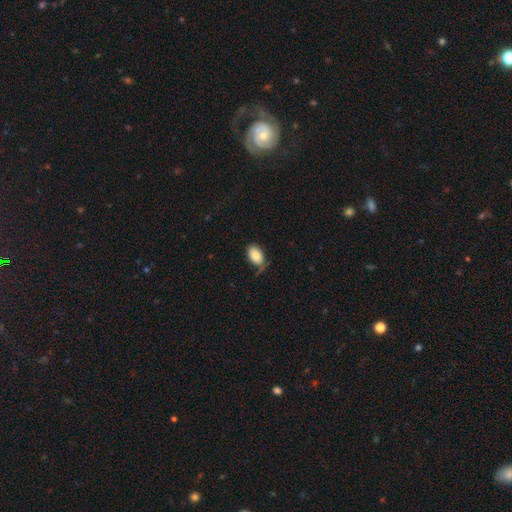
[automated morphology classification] smooth-or-featured: smooth: 85% | featured or disk: 9% | star or artifact: 7%
  how-rounded: in between: 92% | round: 6% | cigar-shaped: 1%
  merging: none: 57% | minor disturbance: 28% | major disturbance: 12% | merger: 3%